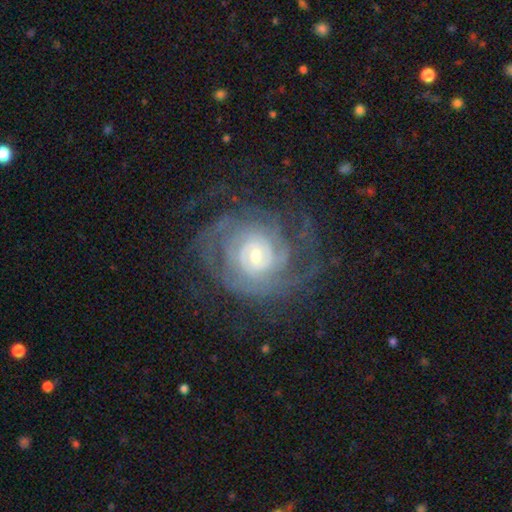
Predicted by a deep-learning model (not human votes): This is clearly a featured or disk galaxy (86%). It is clearly not viewed edge-on (97%). Bar: likely no (69%). Spiral arm pattern: clearly yes (95%). Spiral arm count: marginally can't tell (37%). Spiral winding: likely tight (73%). Central bulge: possibly small (57%). Merging: likely none (71%).